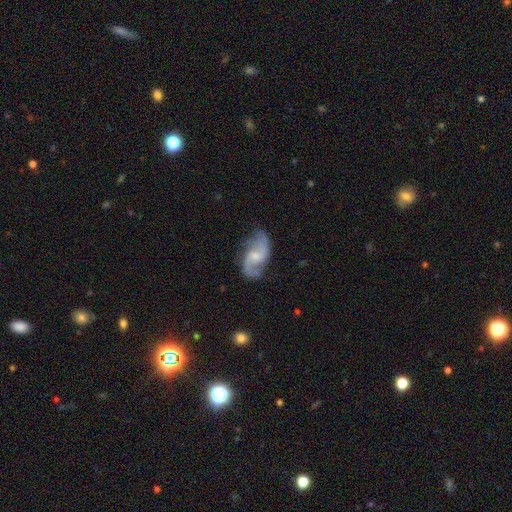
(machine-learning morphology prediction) This is clearly a featured or disk galaxy (86%). It is clearly not viewed edge-on (97%). Bar: possibly weak (52%). Spiral arm pattern: clearly yes (96%). Spiral arm count: clearly 2 (92%). Spiral winding: possibly loose (55%). Central bulge: possibly small (46%). Merging: likely none (72%).